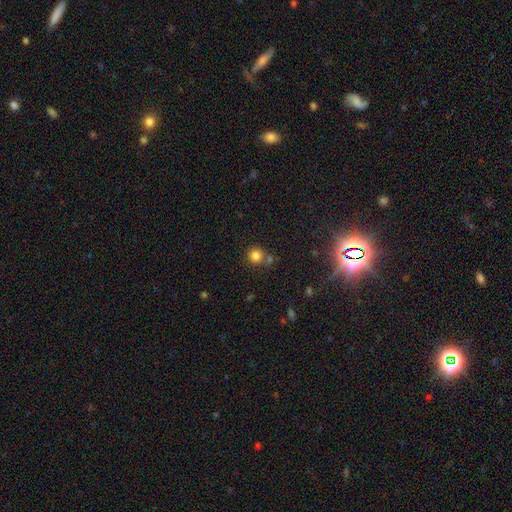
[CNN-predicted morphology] A smooth galaxy with no disk features (82%) that is round (91%). Merging: none (74%).